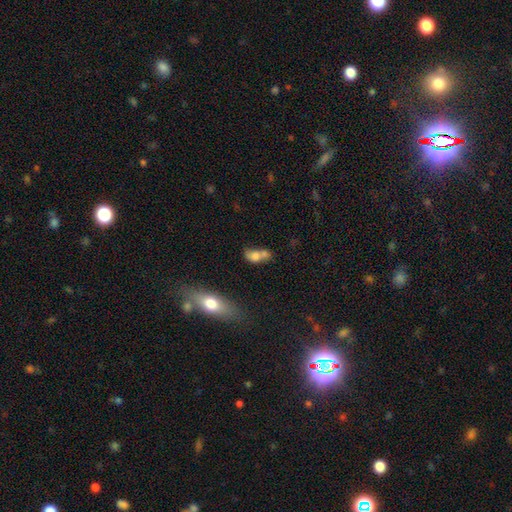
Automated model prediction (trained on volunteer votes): smooth-or-featured: smooth: 69% | featured or disk: 20% | star or artifact: 10%
  how-rounded: in between: 70% | round: 23% | cigar-shaped: 7%
  merging: merger: 57% | none: 23% | minor disturbance: 12% | major disturbance: 8%